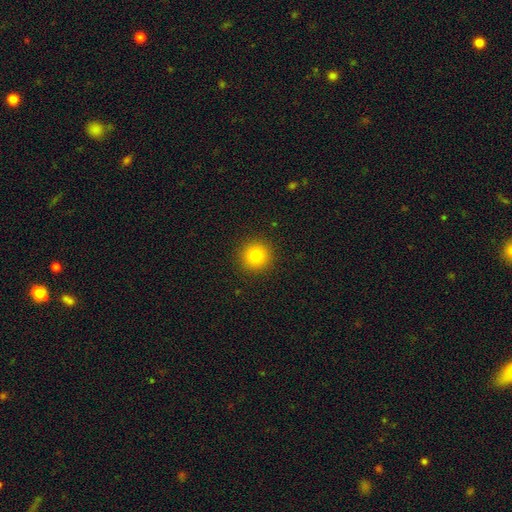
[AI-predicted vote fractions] Q: Smooth or featured?
A: smooth (81%); runner-up: star or artifact (12%)
Q: How rounded?
A: round (95%); runner-up: in between (4%)
Q: Merging?
A: none (92%); runner-up: minor disturbance (5%)